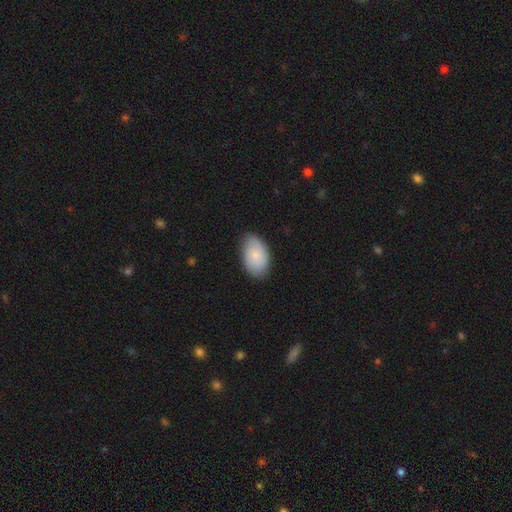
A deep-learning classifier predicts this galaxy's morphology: smooth_or_featured: smooth (p=0.76) [alt: featured or disk p=0.18]
how_rounded: in between (p=0.93) [alt: round p=0.06]
merging: none (p=0.79) [alt: minor disturbance p=0.17]